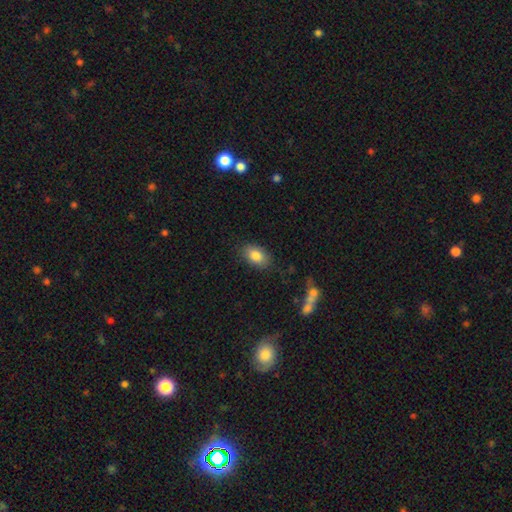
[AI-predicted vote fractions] Smooth or featured? Predicted: smooth (p=0.84). How rounded? Predicted: in between (p=0.88). Merging? Predicted: none (p=0.82).